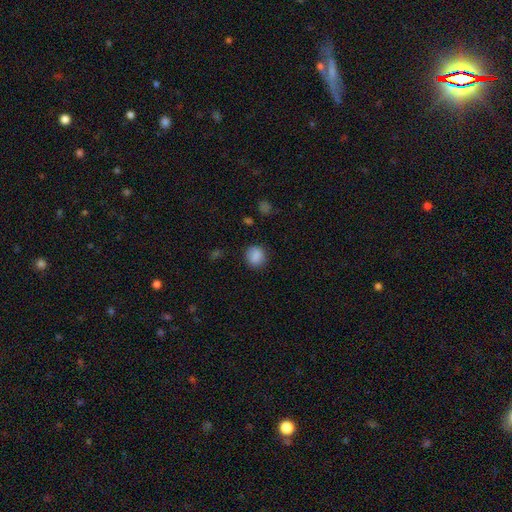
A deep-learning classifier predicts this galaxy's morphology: smooth_or_featured: smooth (p=0.86) [alt: star or artifact p=0.09]
how_rounded: round (p=0.75) [alt: in between p=0.24]
merging: none (p=0.84) [alt: minor disturbance p=0.11]